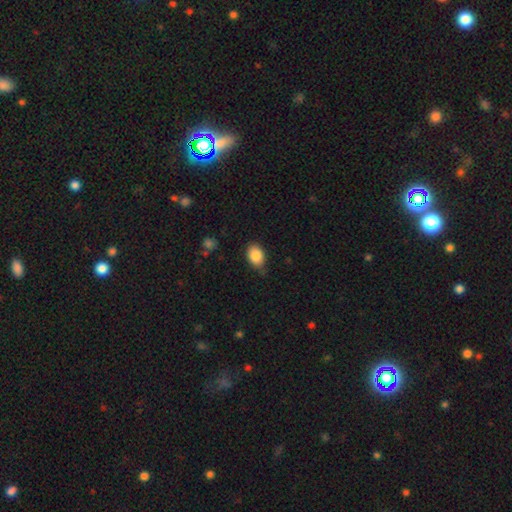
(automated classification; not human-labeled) A smooth galaxy with no disk features (86%) that is in between round and cigar-shaped (81%).

Vote fractions:
- Smooth or featured? smooth: 86% / star or artifact: 8% / featured or disk: 6%
- How rounded? in between: 81% / round: 18% / cigar-shaped: 1%
- Merging? none: 75% / minor disturbance: 20% / major disturbance: 3% / merger: 2%